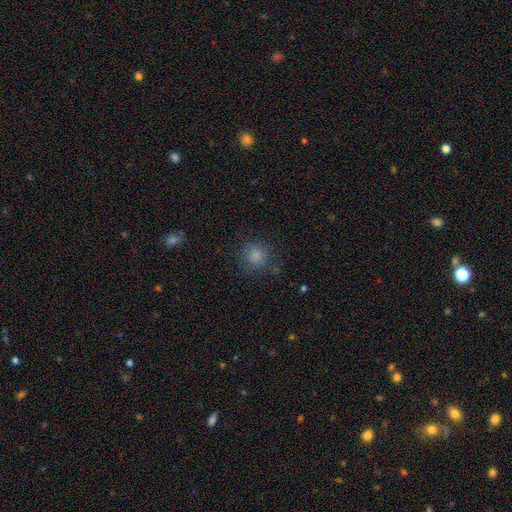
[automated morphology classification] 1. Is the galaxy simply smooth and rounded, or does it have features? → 83% smooth, 12% star or artifact, 6% featured or disk.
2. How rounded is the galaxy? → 90% round, 9% in between, 1% cigar-shaped.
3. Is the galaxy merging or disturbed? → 78% none, 14% minor disturbance, 6% major disturbance, 2% merger.